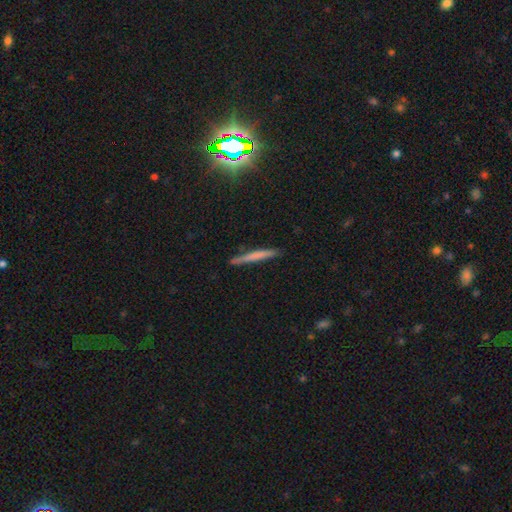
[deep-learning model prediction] This is possibly a smooth galaxy (59%). How rounded: clearly cigar-shaped (96%). Merging: clearly none (86%).